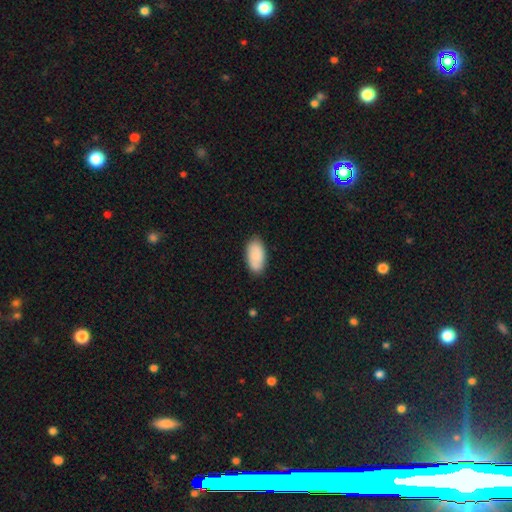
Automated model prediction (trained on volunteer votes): Morphology: type=smooth (84%); roundness=in between (95%); merging=none (85%).